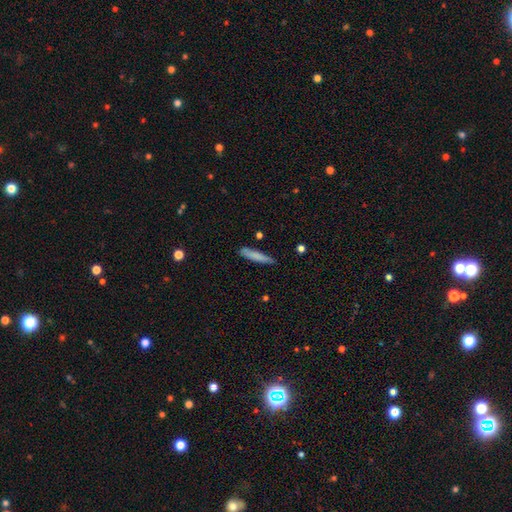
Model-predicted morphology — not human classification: smooth_or_featured: smooth (p=0.78) [alt: featured or disk p=0.16]
how_rounded: cigar-shaped (p=0.91) [alt: in between p=0.08]
merging: none (p=0.78) [alt: minor disturbance p=0.17]